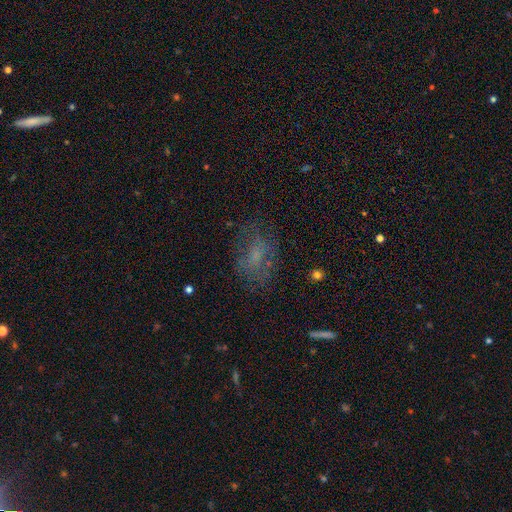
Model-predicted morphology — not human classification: Smooth or featured?
  - smooth: 48% *
  - featured or disk: 34%
  - star or artifact: 18%
Merging?
  - none: 62% *
  - minor disturbance: 20%
  - major disturbance: 16%
  - merger: 2%